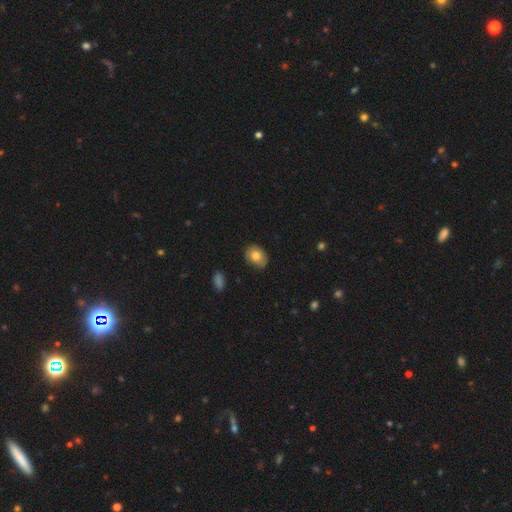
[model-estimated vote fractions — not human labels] Smooth or featured?
  - smooth: 77% *
  - featured or disk: 14%
  - star or artifact: 8%
How rounded?
  - in between: 70% *
  - round: 29%
  - cigar-shaped: 1%
Merging?
  - none: 80% *
  - minor disturbance: 16%
  - major disturbance: 3%
  - merger: 1%